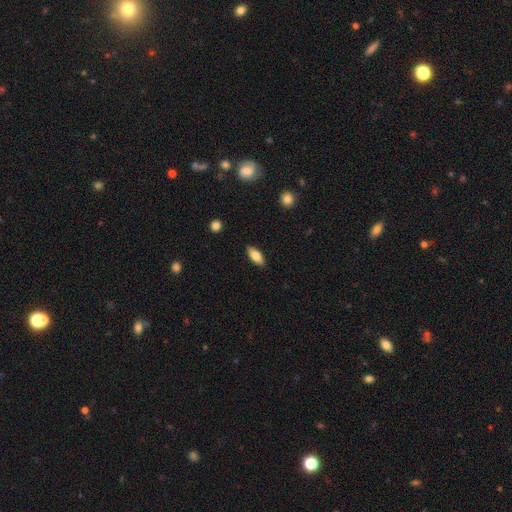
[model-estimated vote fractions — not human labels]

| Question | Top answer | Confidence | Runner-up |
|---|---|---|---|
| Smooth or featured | smooth | 80% | featured or disk (13%) |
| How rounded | in between | 85% | cigar-shaped (13%) |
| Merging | none | 88% | minor disturbance (9%) |